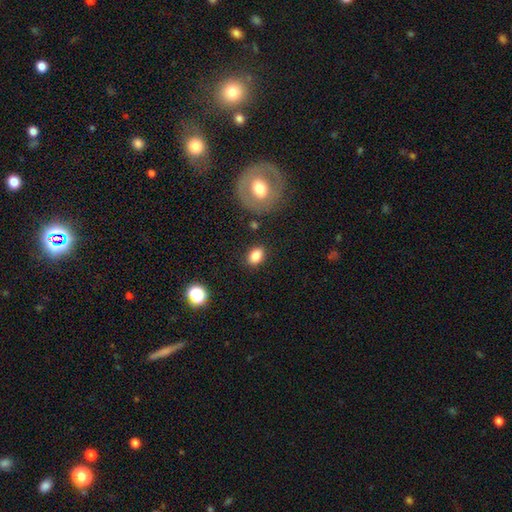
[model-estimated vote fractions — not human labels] A smooth galaxy with no disk features (83%) that is in between round and cigar-shaped (75%).

Vote fractions:
- Smooth or featured? smooth: 83% / star or artifact: 10% / featured or disk: 8%
- How rounded? in between: 75% / round: 24% / cigar-shaped: 1%
- Merging? none: 82% / minor disturbance: 11% / merger: 4% / major disturbance: 3%